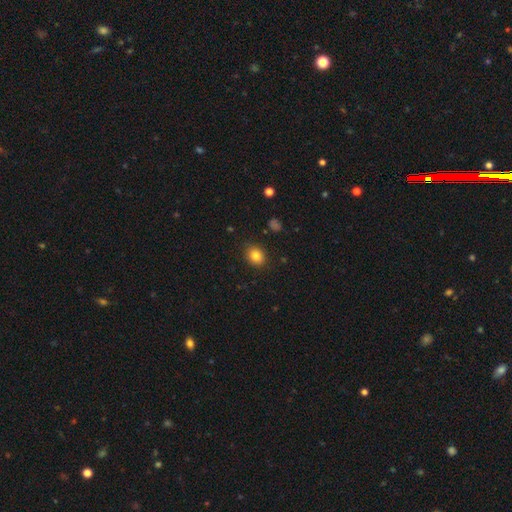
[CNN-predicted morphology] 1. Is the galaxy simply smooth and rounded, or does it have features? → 83% smooth, 10% star or artifact, 7% featured or disk.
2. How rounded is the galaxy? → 54% round, 45% in between, 1% cigar-shaped.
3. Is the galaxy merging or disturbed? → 87% none, 10% minor disturbance, 2% major disturbance, 1% merger.